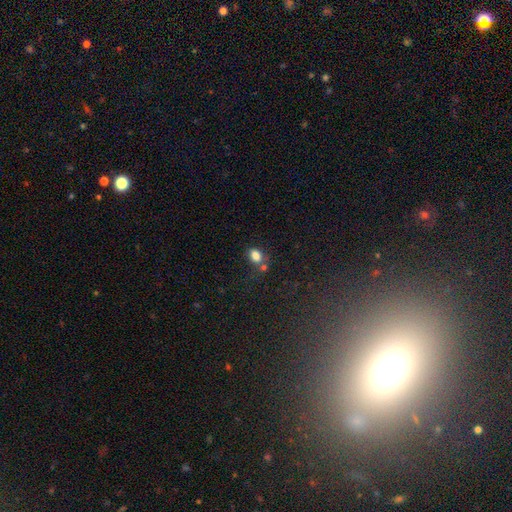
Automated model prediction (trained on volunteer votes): A smooth galaxy with no disk features (82%) that is in between round and cigar-shaped (66%). Merging: none (60%).